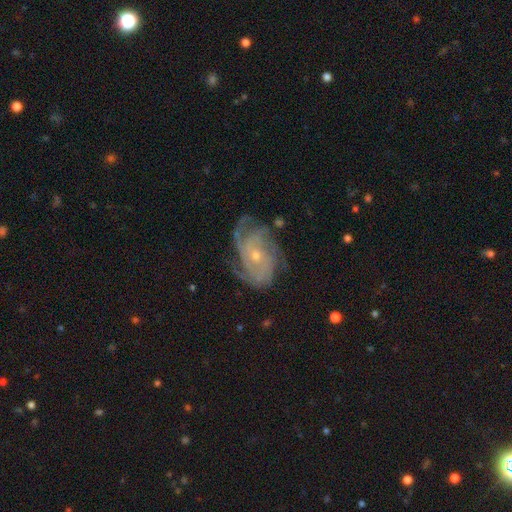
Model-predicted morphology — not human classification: featured or disk 87%, smooth 7%, star or artifact 6%. Down the decision tree: edge-on disk — no (97%); bar — no (75%); spiral arms — yes (97%); spiral arm count — 3 (28%); spiral winding — tight (58%); bulge size — small (69%); merging — none (67%).